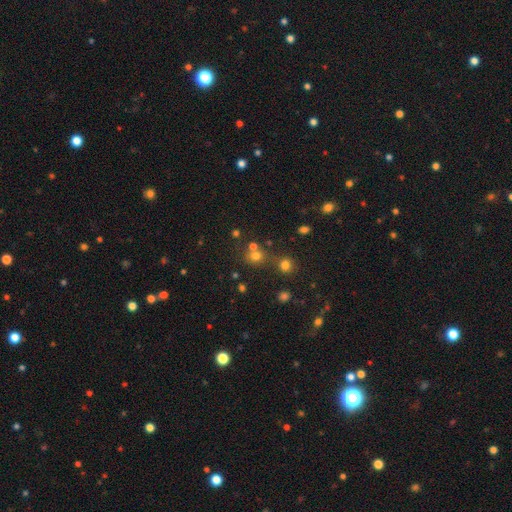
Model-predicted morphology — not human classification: smooth 65%, star or artifact 25%, featured or disk 10%. Down the decision tree: how rounded — round (81%); merging — none (58%).